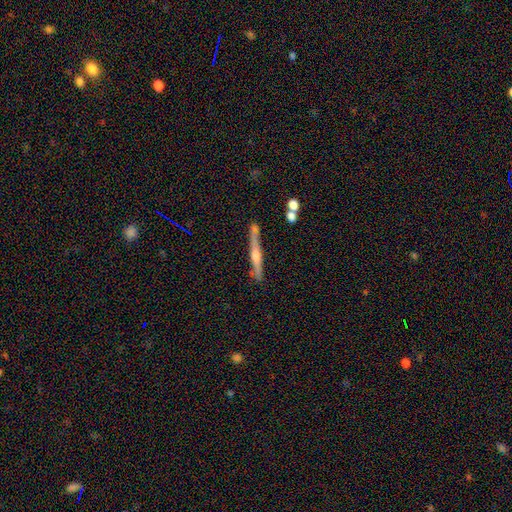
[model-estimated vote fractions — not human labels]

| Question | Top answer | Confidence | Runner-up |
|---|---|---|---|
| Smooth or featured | featured or disk | 73% | smooth (21%) |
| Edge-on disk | yes | 97% | no (3%) |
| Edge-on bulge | rounded | 80% | none (10%) |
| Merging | none | 82% | minor disturbance (12%) |